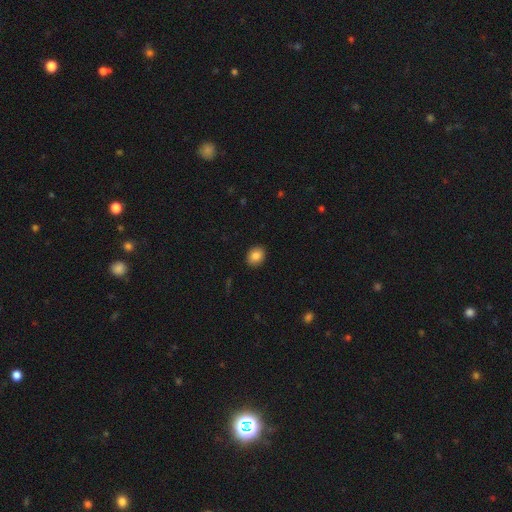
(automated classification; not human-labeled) smooth 86%, star or artifact 9%, featured or disk 5%. Down the decision tree: how rounded — round (50%); merging — none (91%).